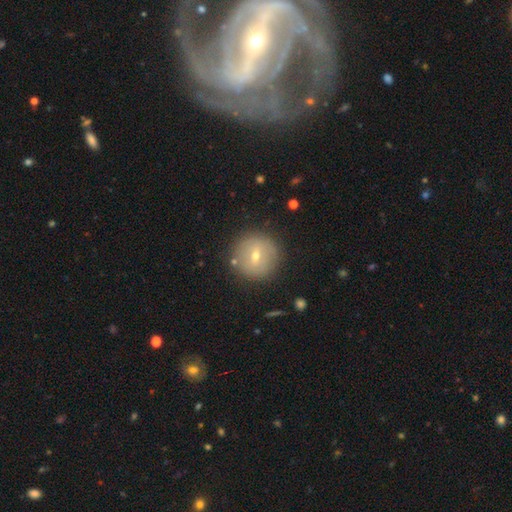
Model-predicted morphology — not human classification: type=smooth (51%); roundness=round (94%); merging=none (87%).